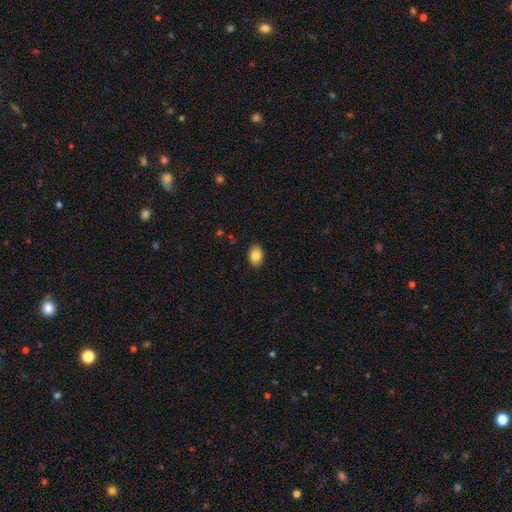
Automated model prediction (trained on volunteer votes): smooth_or_featured: smooth (p=0.85) [alt: star or artifact p=0.08]
how_rounded: in between (p=0.80) [alt: round p=0.19]
merging: none (p=0.89) [alt: minor disturbance p=0.08]